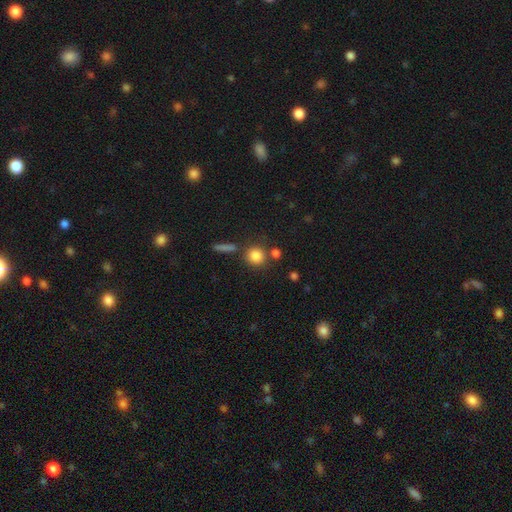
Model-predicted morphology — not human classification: A smooth galaxy with no disk features (84%) that is round (86%). Merging: none (73%).